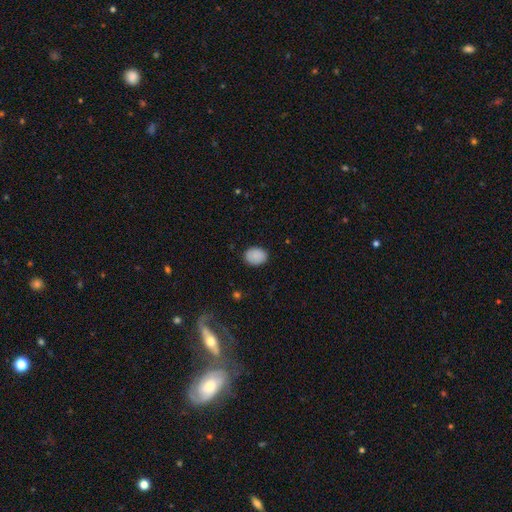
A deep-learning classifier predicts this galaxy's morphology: Smooth or featured? smooth (88%)
How rounded? in between (66%)
Merging? none (86%)